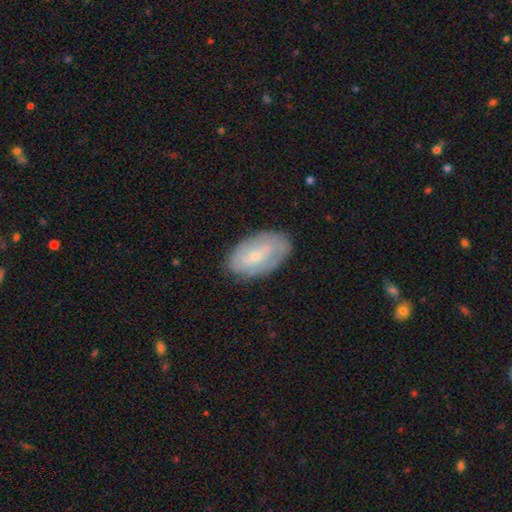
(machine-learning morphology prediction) Smooth or featured: featured or disk — 50% (smooth — 43%)
Edge-on disk: no — 93% (yes — 7%)
Merging: none — 78% (minor disturbance — 17%)